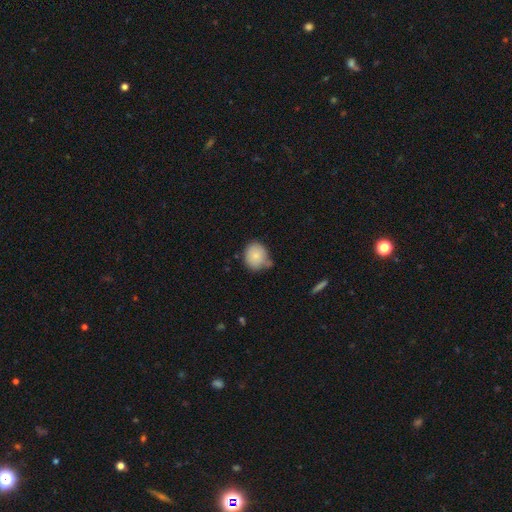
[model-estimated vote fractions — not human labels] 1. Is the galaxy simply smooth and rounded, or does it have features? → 84% smooth, 8% featured or disk, 8% star or artifact.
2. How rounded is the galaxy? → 75% round, 24% in between, 1% cigar-shaped.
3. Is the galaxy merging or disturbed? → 57% none, 28% minor disturbance, 9% merger, 6% major disturbance.